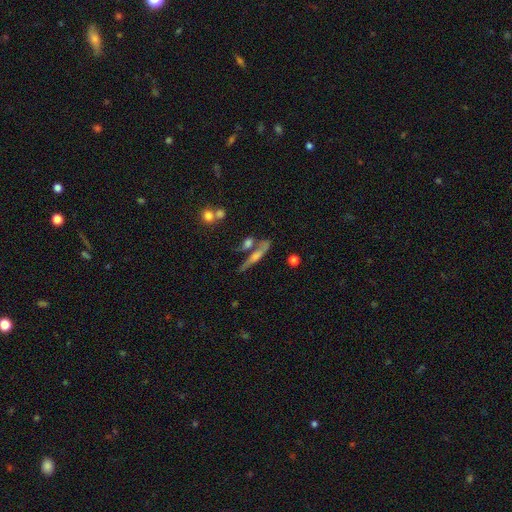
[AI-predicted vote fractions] Morphology: type=featured or disk (58%); edge-on=yes (87%); edge-on bulge=rounded (66%); merging=none (58%).